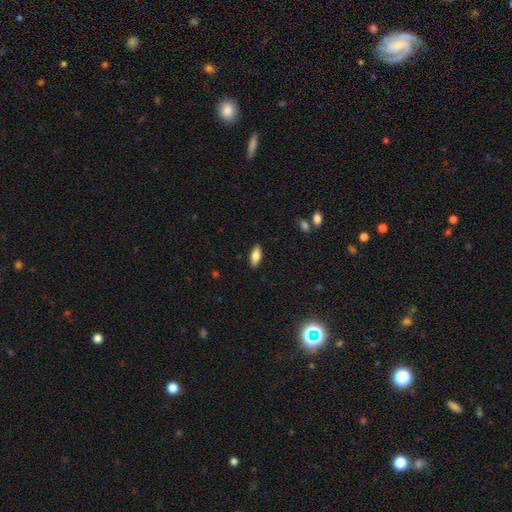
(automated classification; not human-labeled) The model was most divided on "smooth or featured": smooth: 79%, featured or disk: 14%, star or artifact: 7%. More confident: merging — none (88%); how rounded — in between (81%).